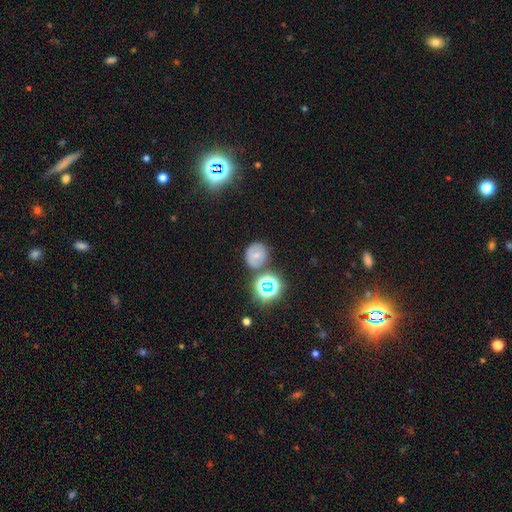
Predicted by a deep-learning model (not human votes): The model was most divided on "smooth or featured": smooth: 53%, featured or disk: 25%, star or artifact: 23%. More confident: how rounded — round (80%); merging — none (72%).